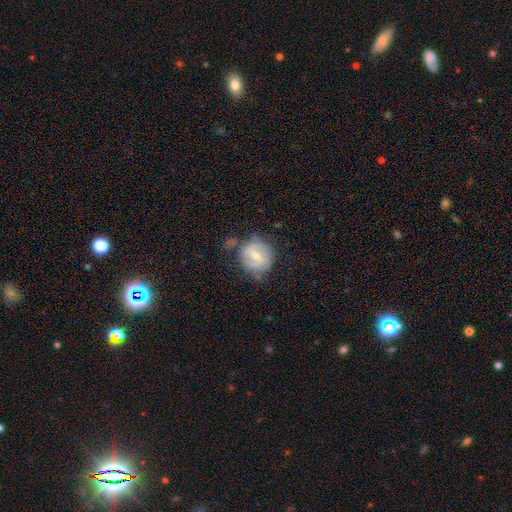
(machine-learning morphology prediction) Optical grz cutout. It shows a smooth galaxy with no disk features (49%). Merging: none (54%).